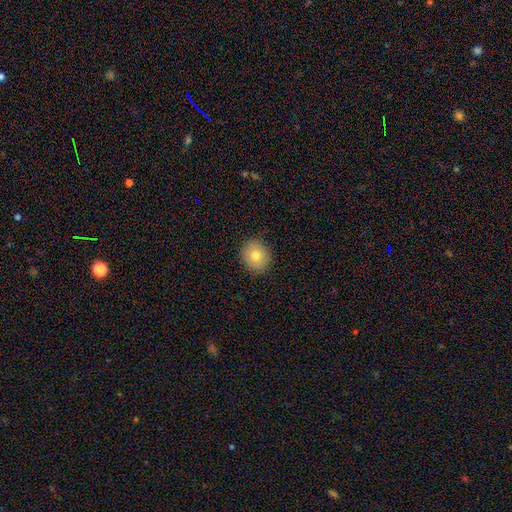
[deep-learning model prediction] Smooth or featured: smooth — 76% (featured or disk — 14%)
How rounded: round — 78% (in between — 21%)
Merging: none — 89% (minor disturbance — 8%)